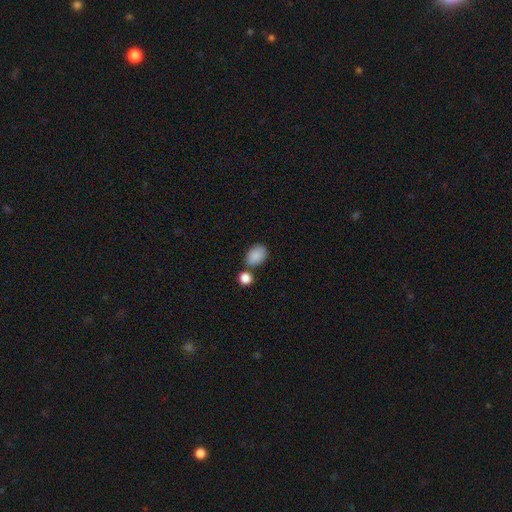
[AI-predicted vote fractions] Smooth or featured? Predicted: smooth (p=0.88). How rounded? Predicted: in between (p=0.81). Merging? Predicted: none (p=0.63).